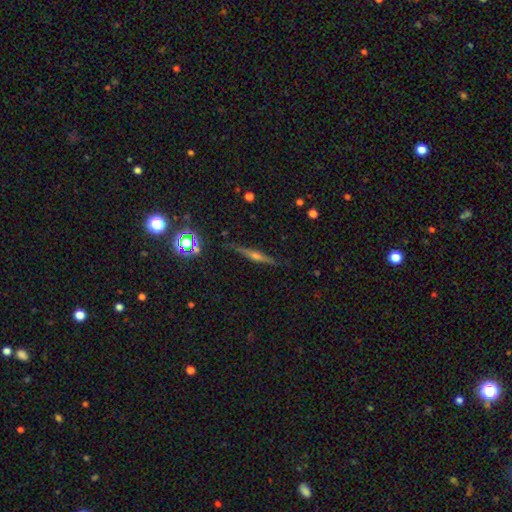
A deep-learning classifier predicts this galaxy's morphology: Q: Smooth or featured?
A: featured or disk (70%); runner-up: smooth (18%)
Q: Edge-on disk?
A: yes (97%); runner-up: no (3%)
Q: Edge-on bulge?
A: rounded (84%); runner-up: none (9%)
Q: Merging?
A: none (88%); runner-up: minor disturbance (9%)